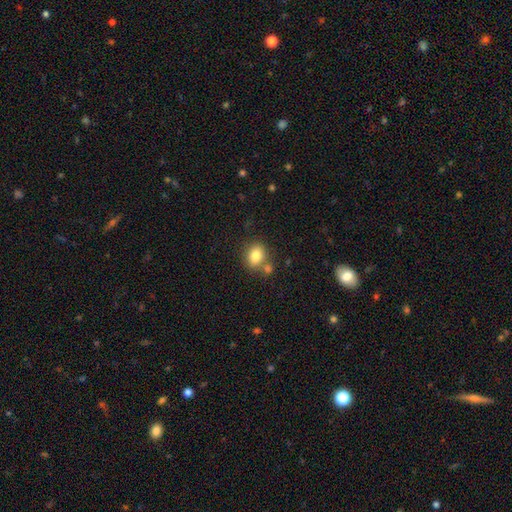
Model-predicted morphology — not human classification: Q: Smooth or featured?
A: smooth (82%); runner-up: star or artifact (10%)
Q: How rounded?
A: in between (54%); runner-up: round (45%)
Q: Merging?
A: none (66%); runner-up: merger (18%)